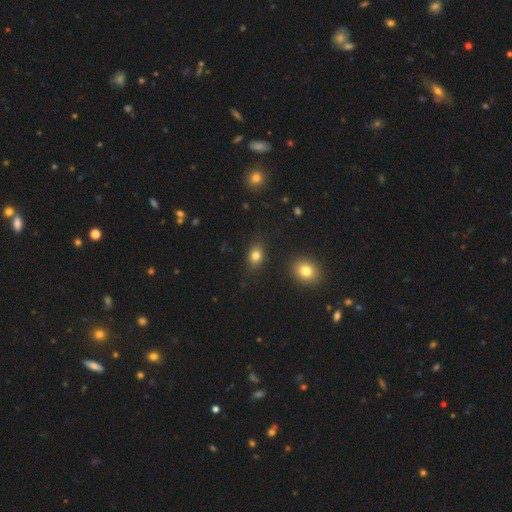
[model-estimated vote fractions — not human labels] Smooth or featured? smooth (82%)
How rounded? in between (71%)
Merging? none (85%)